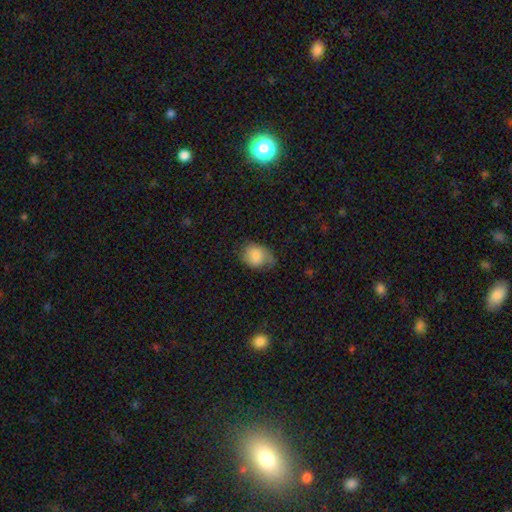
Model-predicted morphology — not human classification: The model was most divided on "merging": none: 46%, minor disturbance: 38%, major disturbance: 14%, merger: 2%. More confident: smooth or featured — smooth (81%); how rounded — in between (67%).